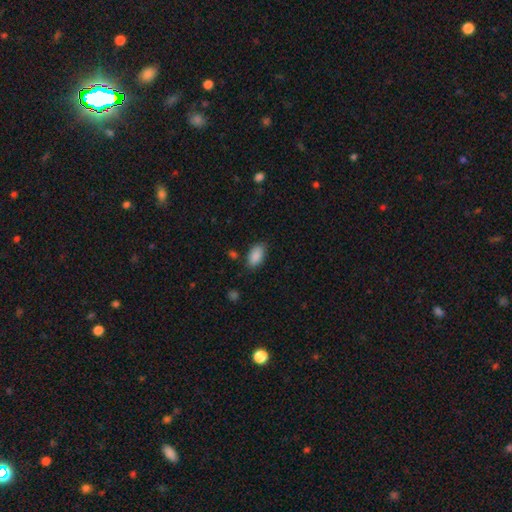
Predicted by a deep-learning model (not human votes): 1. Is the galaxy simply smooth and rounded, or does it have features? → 89% smooth, 7% star or artifact, 4% featured or disk.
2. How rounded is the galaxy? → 94% in between, 4% round, 2% cigar-shaped.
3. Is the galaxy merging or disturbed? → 81% none, 14% minor disturbance, 3% major disturbance, 2% merger.